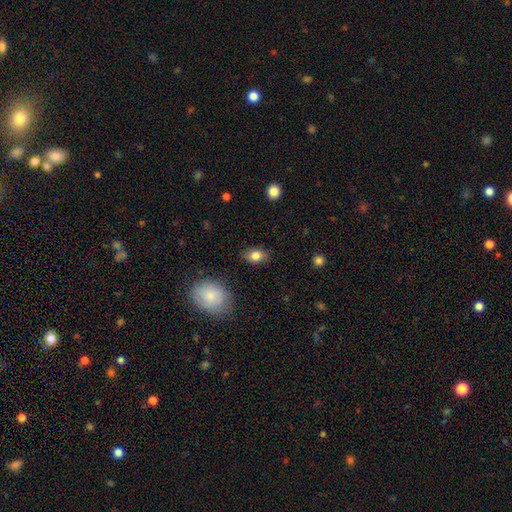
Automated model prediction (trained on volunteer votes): Smooth or featured: smooth — 83% (featured or disk — 9%)
How rounded: in between — 78% (round — 20%)
Merging: none — 85% (minor disturbance — 11%)